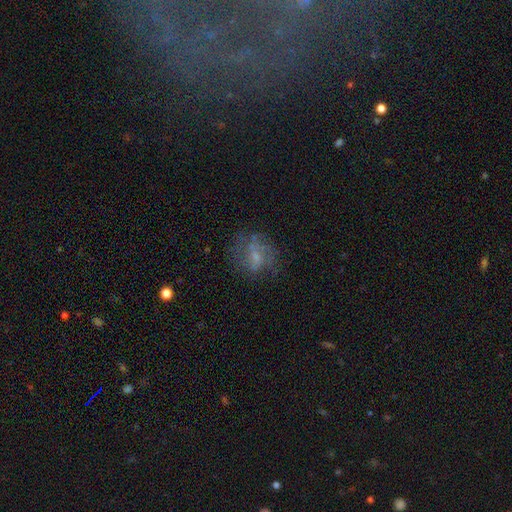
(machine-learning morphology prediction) This appears to be a featured or disk galaxy (52%) with no bar (50%), spiral arms (61%) and a small central bulge (44%). Merging: none (59%).